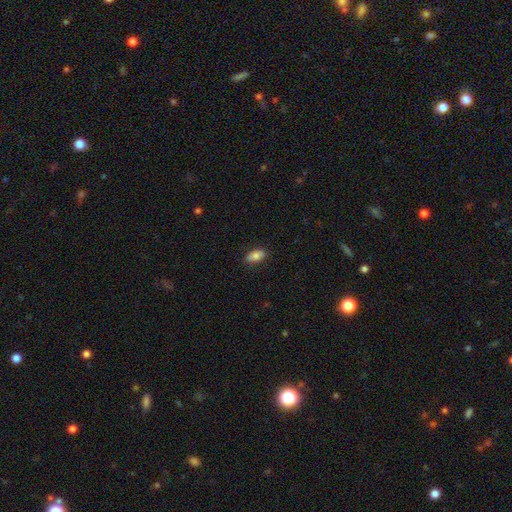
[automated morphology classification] Smooth or featured? smooth (81%)
How rounded? in between (91%)
Merging? none (84%)